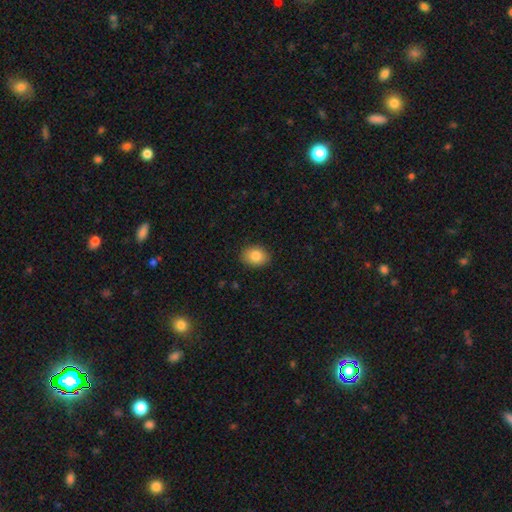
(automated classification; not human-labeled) Smooth or featured?
  - smooth: 84% *
  - star or artifact: 8%
  - featured or disk: 7%
How rounded?
  - in between: 64% *
  - round: 35%
  - cigar-shaped: 1%
Merging?
  - none: 88% *
  - minor disturbance: 9%
  - major disturbance: 2%
  - merger: 1%